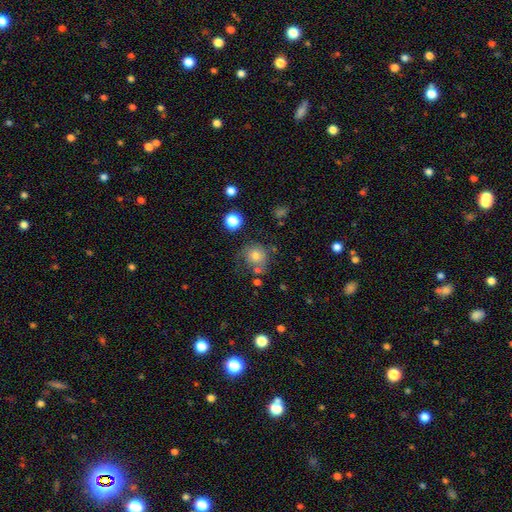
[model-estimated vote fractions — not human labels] Smooth or featured?
  - smooth: 74% *
  - featured or disk: 13%
  - star or artifact: 13%
How rounded?
  - round: 83% *
  - in between: 16%
  - cigar-shaped: 1%
Merging?
  - none: 57% *
  - minor disturbance: 21%
  - major disturbance: 12%
  - merger: 10%